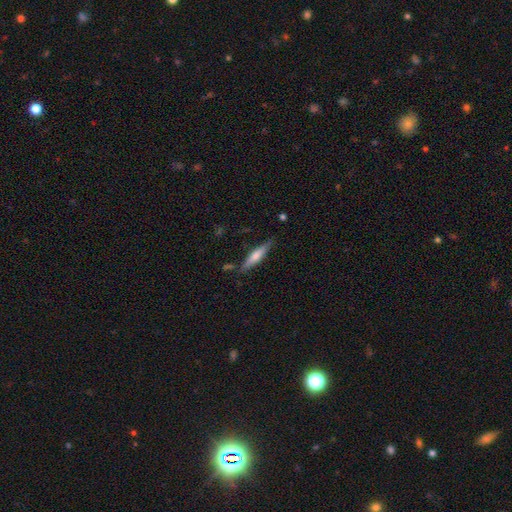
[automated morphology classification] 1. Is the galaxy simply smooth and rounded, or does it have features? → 49% featured or disk, 44% smooth, 6% star or artifact.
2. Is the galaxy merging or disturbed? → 82% none, 12% minor disturbance, 3% merger, 3% major disturbance.